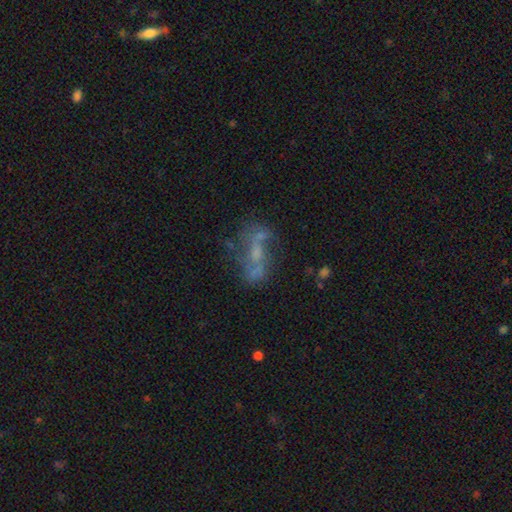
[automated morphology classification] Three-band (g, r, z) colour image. It shows a featured or disk galaxy (65%) with no bar (53%), spiral arms (58%) and a small central bulge (40%). Merging: none (50%).